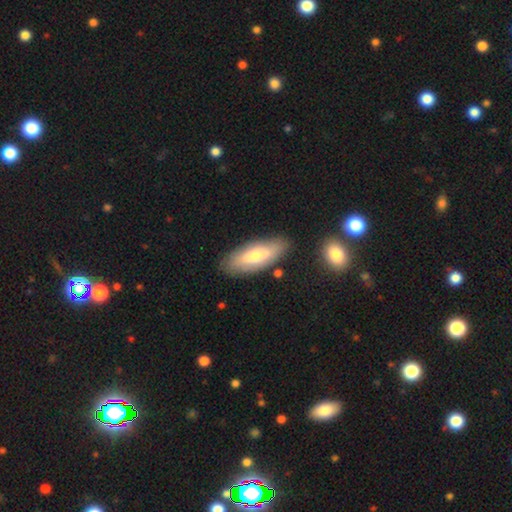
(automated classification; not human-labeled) Smooth or featured? smooth (61%)
How rounded? in between (69%)
Merging? none (80%)